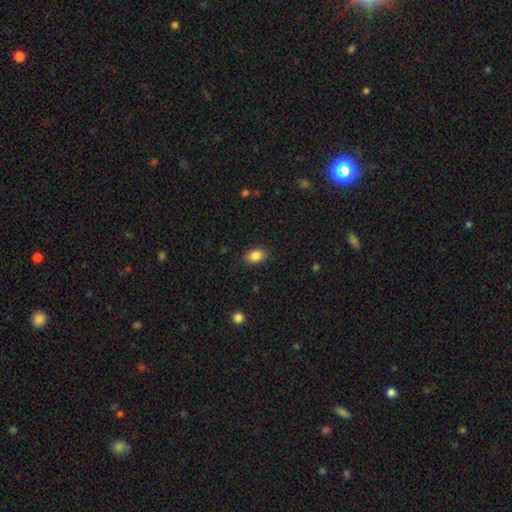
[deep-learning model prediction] Smooth or featured? Predicted: smooth (p=0.86). How rounded? Predicted: in between (p=0.84). Merging? Predicted: none (p=0.87).